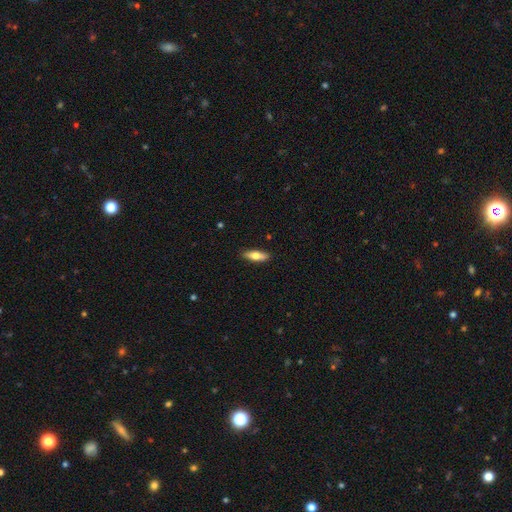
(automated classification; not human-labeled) Smooth or featured? smooth (69%)
How rounded? in between (53%)
Merging? none (88%)